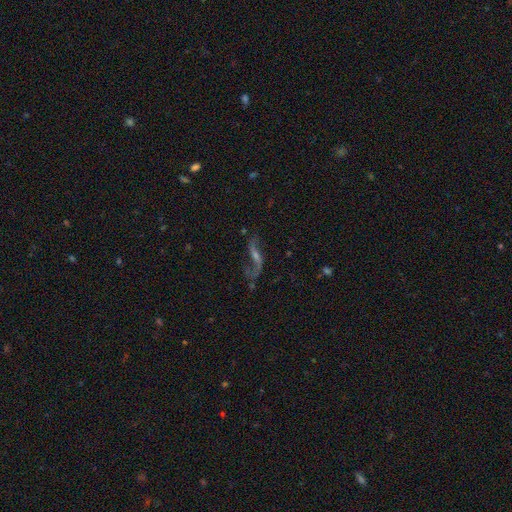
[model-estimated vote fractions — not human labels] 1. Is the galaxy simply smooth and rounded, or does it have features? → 80% featured or disk, 10% star or artifact, 10% smooth.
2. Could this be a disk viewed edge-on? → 88% no, 12% yes.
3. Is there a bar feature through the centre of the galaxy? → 41% weak, 35% no, 25% strong.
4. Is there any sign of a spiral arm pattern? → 91% yes, 9% no.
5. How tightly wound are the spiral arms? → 88% loose, 9% medium, 3% tight.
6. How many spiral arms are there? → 87% 2, 8% 1, 3% can't tell, 1% 3, 1% 4, 1% more than 4.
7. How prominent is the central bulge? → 50% small, 31% moderate, 14% none, 3% large, 1% dominant.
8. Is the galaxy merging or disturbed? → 61% none, 17% major disturbance, 17% minor disturbance, 5% merger.